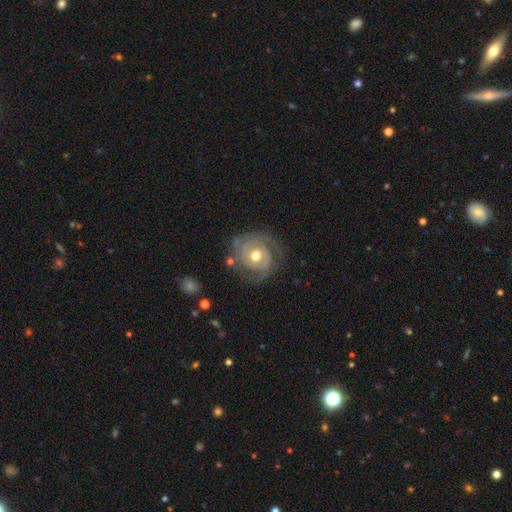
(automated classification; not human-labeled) Smooth or featured: featured or disk — 83% (smooth — 12%)
Edge-on disk: no — 98% (yes — 2%)
Bar: no — 73% (weak — 21%)
Spiral arms: yes — 90% (no — 10%)
Spiral winding: tight — 67% (medium — 25%)
Spiral arm count: 2 — 57% (can't tell — 19%)
Bulge size: moderate — 79% (small — 14%)
Merging: none — 71% (minor disturbance — 18%)